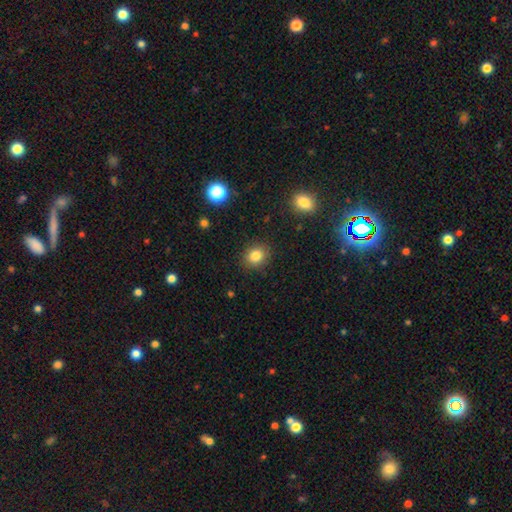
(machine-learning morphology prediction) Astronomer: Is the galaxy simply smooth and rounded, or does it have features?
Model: smooth — 82%.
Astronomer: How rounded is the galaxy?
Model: round — 69%.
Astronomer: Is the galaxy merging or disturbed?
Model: none — 88%.